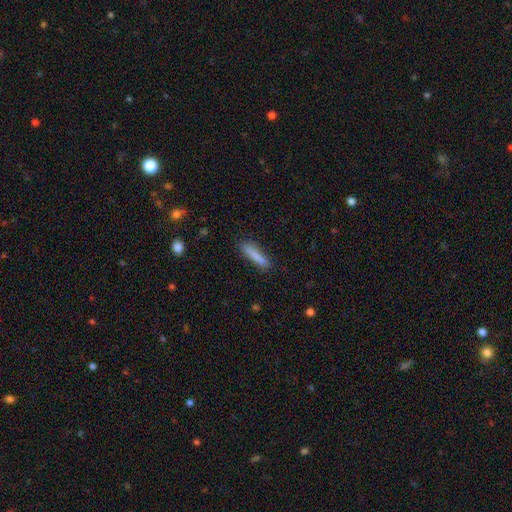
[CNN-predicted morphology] smooth 83%, featured or disk 11%, star or artifact 7%. Down the decision tree: how rounded — cigar-shaped (88%); merging — none (85%).